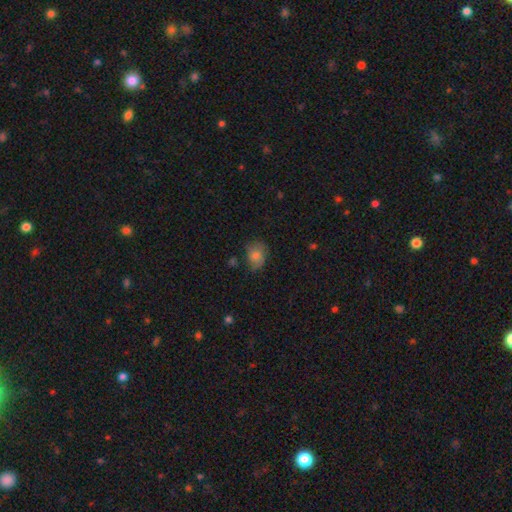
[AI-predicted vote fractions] Smooth or featured? smooth (74%)
How rounded? in between (53%)
Merging? none (59%)